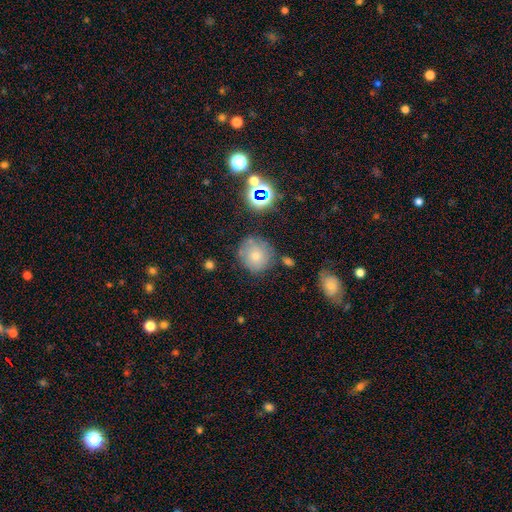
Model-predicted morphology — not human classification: This is likely a smooth galaxy (67%). How rounded: clearly round (89%). Merging: likely none (70%).